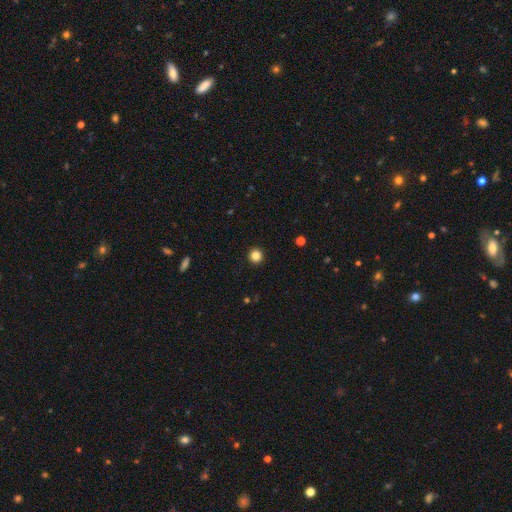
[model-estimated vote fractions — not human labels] A smooth galaxy with no disk features (84%) that is round (94%). Merging: none (94%).